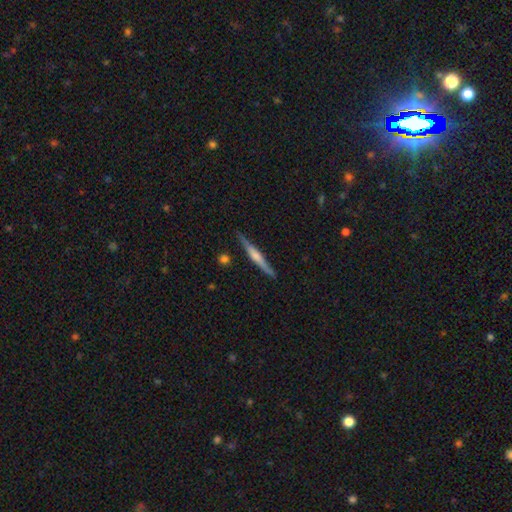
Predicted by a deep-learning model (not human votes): Smooth or featured? Predicted: featured or disk (p=0.74). Edge-on disk? Predicted: yes (p=0.98). Edge-on bulge? Predicted: rounded (p=0.71). Merging? Predicted: none (p=0.91).